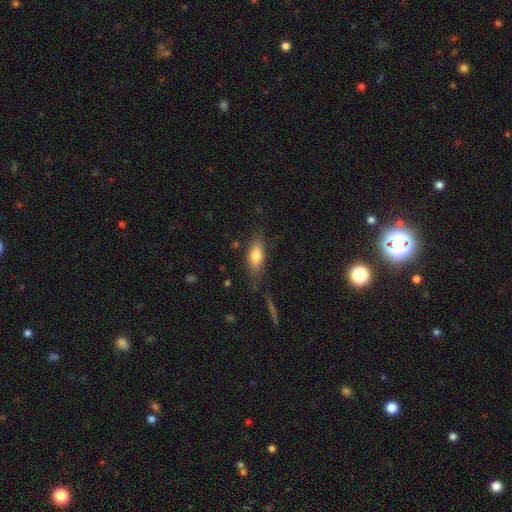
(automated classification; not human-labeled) Smooth or featured? smooth (77%)
How rounded? in between (76%)
Merging? none (77%)